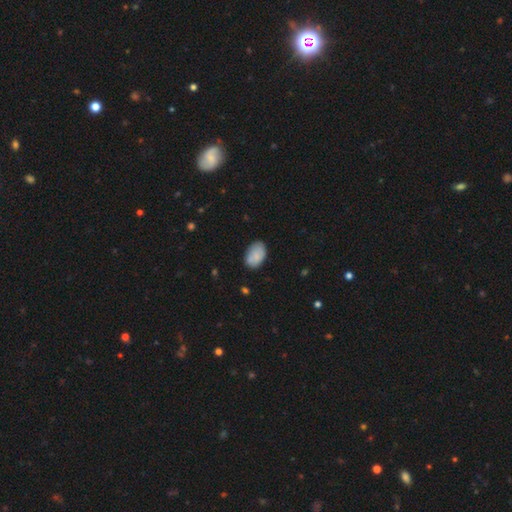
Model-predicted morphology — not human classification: The model was most divided on "merging": none: 76%, minor disturbance: 19%, major disturbance: 3%, merger: 2%. More confident: how rounded — in between (91%); smooth or featured — smooth (81%).